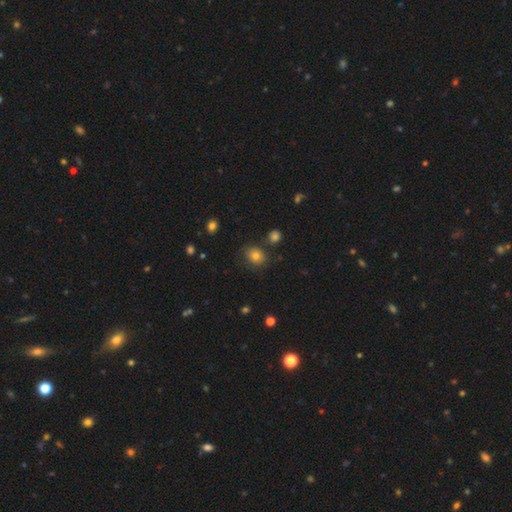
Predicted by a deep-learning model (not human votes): smooth_or_featured: smooth (p=0.77) [alt: star or artifact p=0.13]
how_rounded: round (p=0.62) [alt: in between p=0.37]
merging: none (p=0.75) [alt: minor disturbance p=0.15]